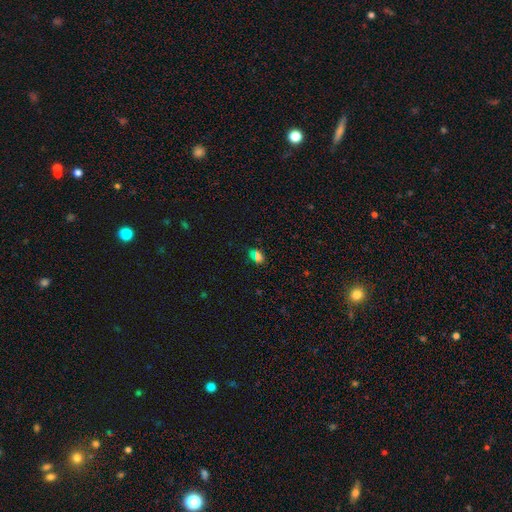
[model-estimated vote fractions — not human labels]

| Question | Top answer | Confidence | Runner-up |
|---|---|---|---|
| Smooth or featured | smooth | 62% | star or artifact (29%) |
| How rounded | in between | 71% | round (25%) |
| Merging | none | 79% | minor disturbance (13%) |